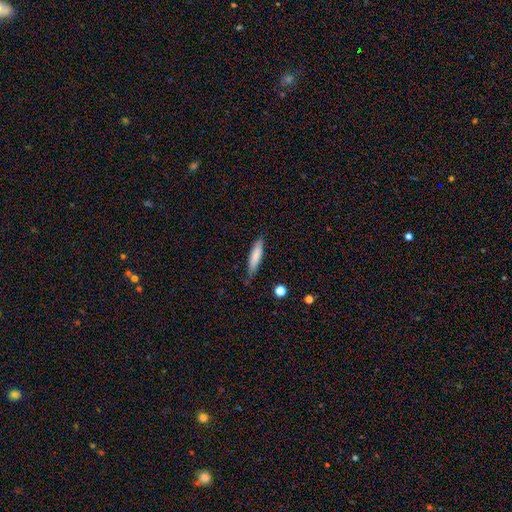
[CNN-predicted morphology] Smooth or featured? Predicted: smooth (p=0.79). How rounded? Predicted: cigar-shaped (p=0.76). Merging? Predicted: none (p=0.76).